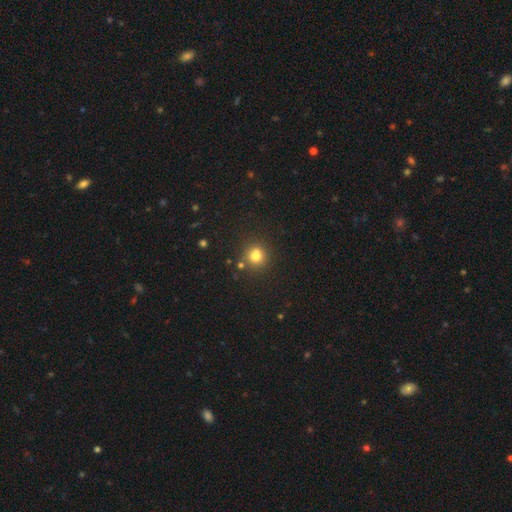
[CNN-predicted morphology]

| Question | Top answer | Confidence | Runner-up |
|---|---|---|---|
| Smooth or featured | smooth | 78% | star or artifact (15%) |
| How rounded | round | 87% | in between (12%) |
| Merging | none | 76% | minor disturbance (11%) |